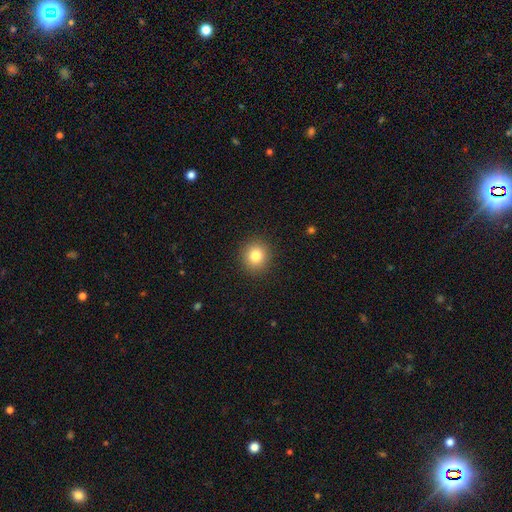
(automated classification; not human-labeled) This is clearly a smooth galaxy (81%). How rounded: clearly round (89%). Merging: clearly none (91%).